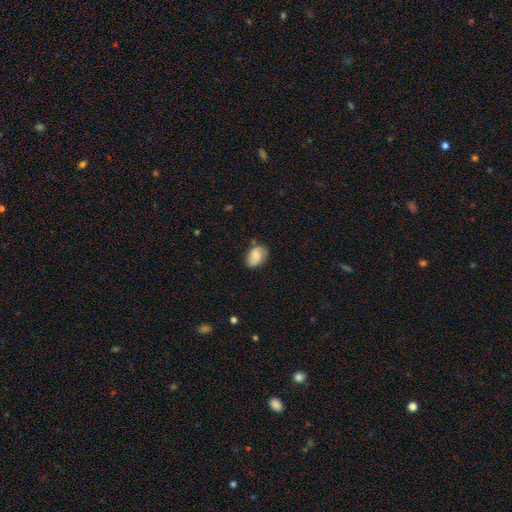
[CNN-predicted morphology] Smooth or featured? Predicted: smooth (p=0.65). How rounded? Predicted: in between (p=0.73). Merging? Predicted: none (p=0.64).